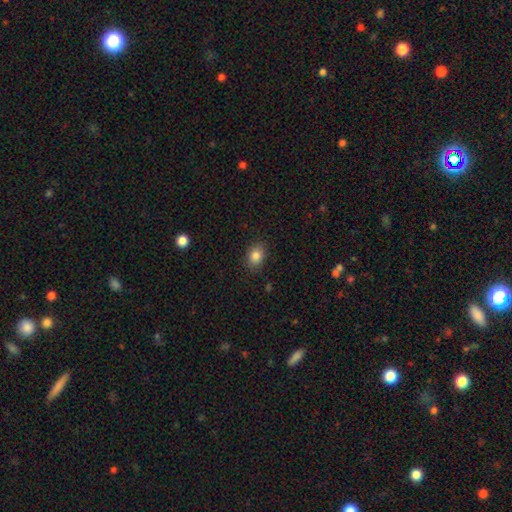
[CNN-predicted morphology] smooth_or_featured: smooth (p=0.83) [alt: star or artifact p=0.10]
how_rounded: in between (p=0.62) [alt: round p=0.37]
merging: none (p=0.86) [alt: minor disturbance p=0.10]